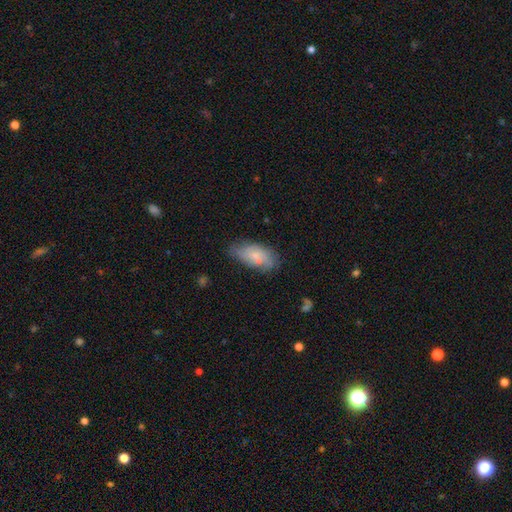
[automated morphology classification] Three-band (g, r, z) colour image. It shows a smooth galaxy with no disk features (57%) that is in between round and cigar-shaped (89%). Merging: none (62%).